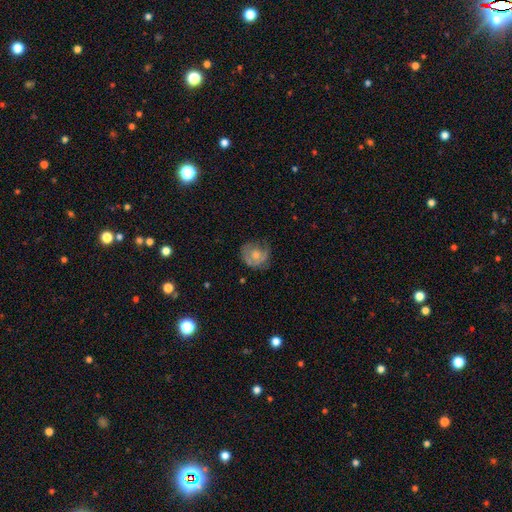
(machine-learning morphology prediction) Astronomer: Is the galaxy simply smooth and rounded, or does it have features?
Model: smooth — 47% (runner-up: featured or disk, 46%).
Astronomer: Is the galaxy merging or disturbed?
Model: none — 54%.